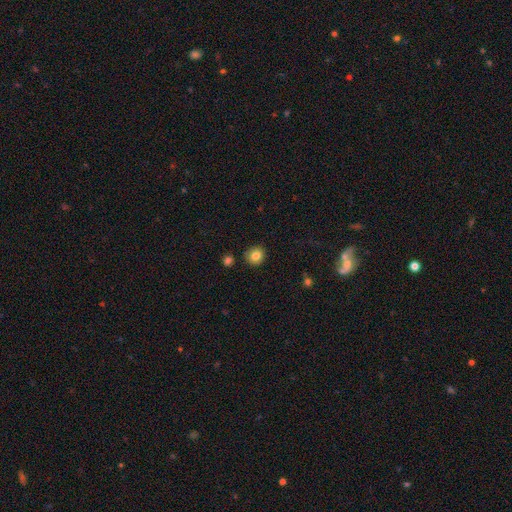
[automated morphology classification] smooth_or_featured: smooth (p=0.83) [alt: star or artifact p=0.10]
how_rounded: round (p=0.87) [alt: in between p=0.12]
merging: none (p=0.88) [alt: minor disturbance p=0.08]